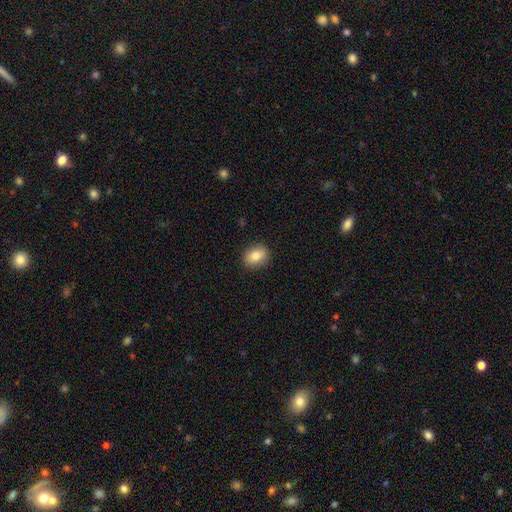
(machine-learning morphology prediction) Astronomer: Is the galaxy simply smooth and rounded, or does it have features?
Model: smooth — 81%.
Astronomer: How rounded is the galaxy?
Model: in between — 56% (runner-up: round, 43%).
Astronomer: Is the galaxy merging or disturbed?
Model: none — 88%.